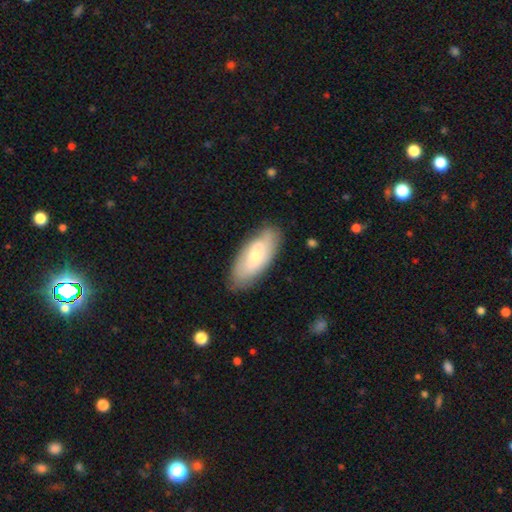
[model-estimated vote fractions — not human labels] Smooth or featured? smooth (55%)
How rounded? in between (83%)
Merging? none (73%)